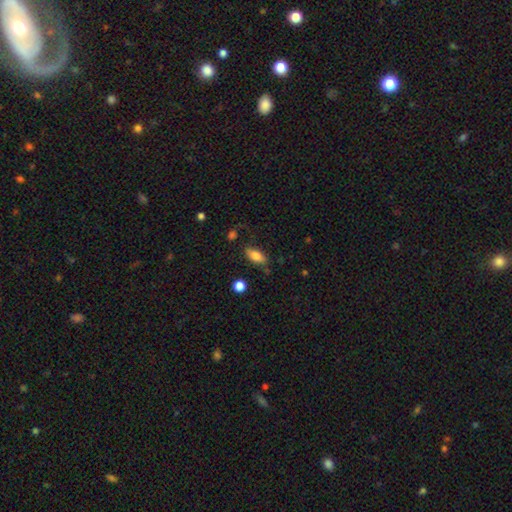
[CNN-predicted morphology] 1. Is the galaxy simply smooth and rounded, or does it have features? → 80% smooth, 13% featured or disk, 8% star or artifact.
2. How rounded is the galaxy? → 83% in between, 14% cigar-shaped, 3% round.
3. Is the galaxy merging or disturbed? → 76% none, 16% minor disturbance, 5% major disturbance, 3% merger.